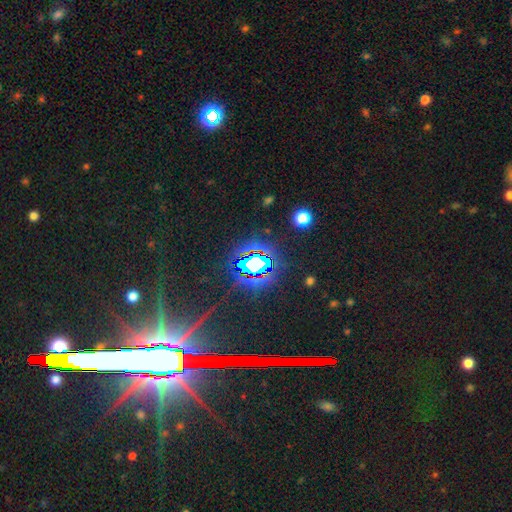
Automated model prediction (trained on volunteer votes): Smooth or featured? Predicted: star or artifact (p=0.80).